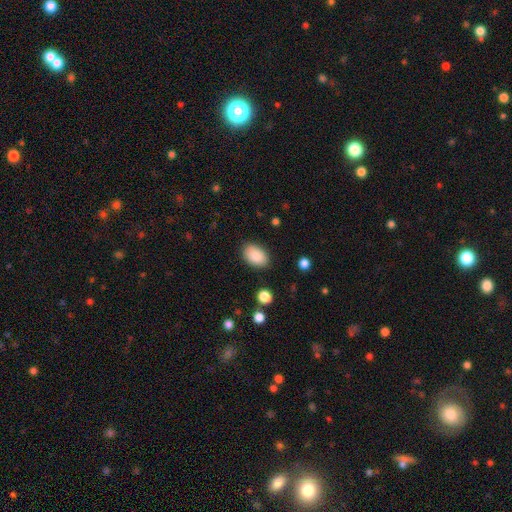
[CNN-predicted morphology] A smooth galaxy with no disk features (88%) that is in between round and cigar-shaped (89%).

Vote fractions:
- Smooth or featured? smooth: 88% / star or artifact: 7% / featured or disk: 5%
- How rounded? in between: 89% / round: 10% / cigar-shaped: 1%
- Merging? none: 86% / minor disturbance: 10% / major disturbance: 3% / merger: 1%